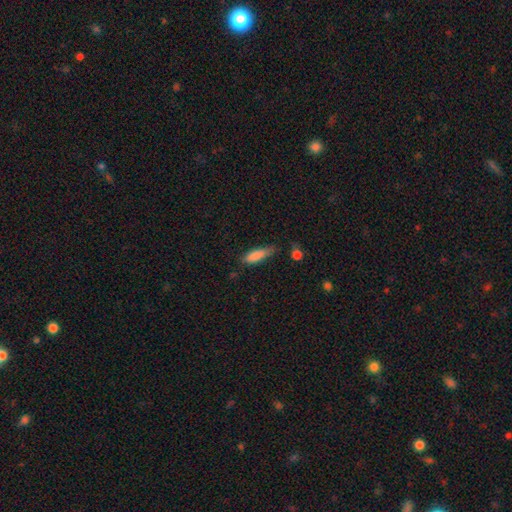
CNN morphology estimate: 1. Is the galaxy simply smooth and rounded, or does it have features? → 84% smooth, 9% featured or disk, 7% star or artifact.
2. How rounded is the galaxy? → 52% cigar-shaped, 46% in between, 2% round.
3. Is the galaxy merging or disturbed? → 54% none, 33% minor disturbance, 8% major disturbance, 4% merger.